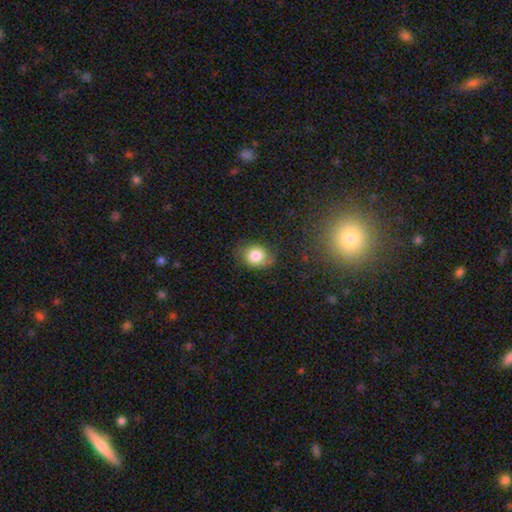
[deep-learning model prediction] This appears to be a smooth galaxy with no disk features (82%) that is round (66%). Merging: none (73%).